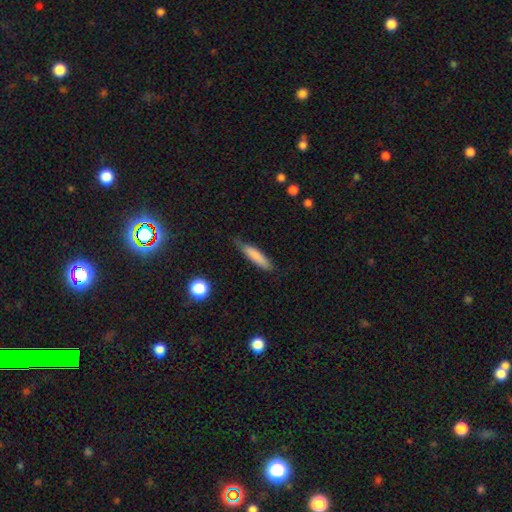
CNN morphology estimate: A smooth galaxy with no disk features (80%) that is cigar-shaped (76%). Merging: none (67%).